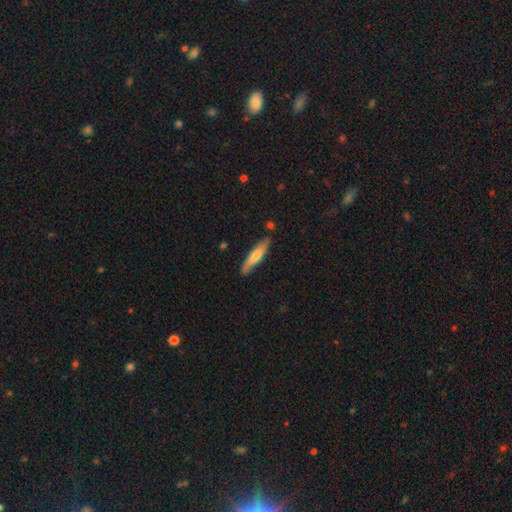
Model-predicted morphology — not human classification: The model was most divided on "smooth or featured": smooth: 65%, featured or disk: 30%, star or artifact: 5%. More confident: how rounded — cigar-shaped (86%); merging — none (83%).